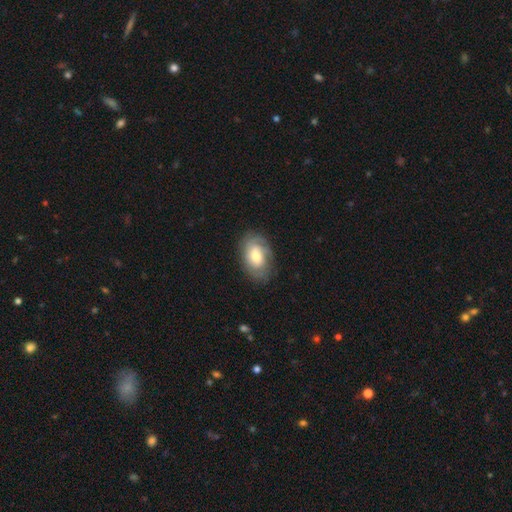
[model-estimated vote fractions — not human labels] smooth-or-featured: featured or disk: 54% | smooth: 39% | star or artifact: 7%
  disk-edge-on: no: 94% | yes: 6%
    bar: no: 59% | weak: 34% | strong: 7%
    has-spiral-arms: yes: 79% | no: 21%
    bulge-size: moderate: 57% | large: 22% | small: 18% | none: 2% | dominant: 2%
  merging: none: 74% | minor disturbance: 18% | major disturbance: 6% | merger: 1%